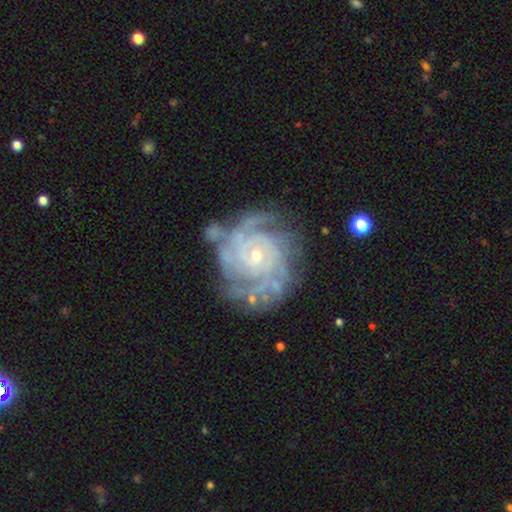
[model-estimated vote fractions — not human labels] Q: Smooth or featured?
A: featured or disk (90%); runner-up: star or artifact (5%)
Q: Edge-on disk?
A: no (98%); runner-up: yes (2%)
Q: Bar?
A: no (73%); runner-up: weak (21%)
Q: Spiral arms?
A: yes (97%); runner-up: no (3%)
Q: Spiral winding?
A: tight (74%); runner-up: medium (22%)
Q: Spiral arm count?
A: 3 (24%); runner-up: can't tell (23%)
Q: Bulge size?
A: small (73%); runner-up: moderate (23%)
Q: Merging?
A: none (65%); runner-up: minor disturbance (20%)